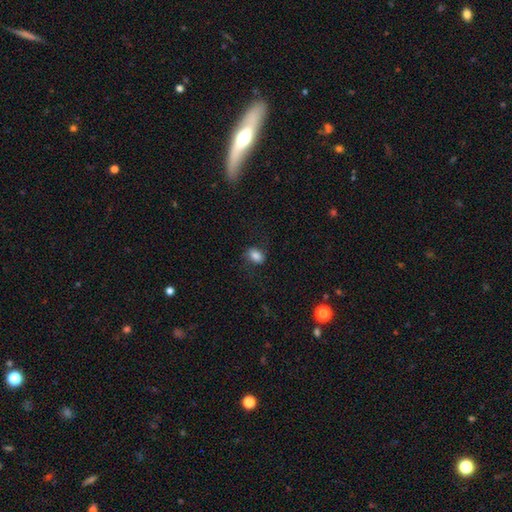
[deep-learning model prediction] smooth_or_featured: smooth (p=0.77) [alt: featured or disk p=0.13]
how_rounded: in between (p=0.84) [alt: round p=0.14]
merging: none (p=0.72) [alt: minor disturbance p=0.17]